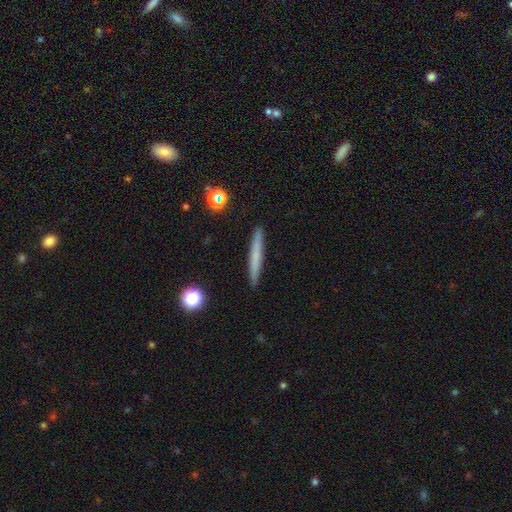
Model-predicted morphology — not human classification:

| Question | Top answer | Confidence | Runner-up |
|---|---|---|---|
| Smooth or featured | smooth | 64% | featured or disk (29%) |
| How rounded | cigar-shaped | 96% | in between (3%) |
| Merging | none | 91% | minor disturbance (6%) |